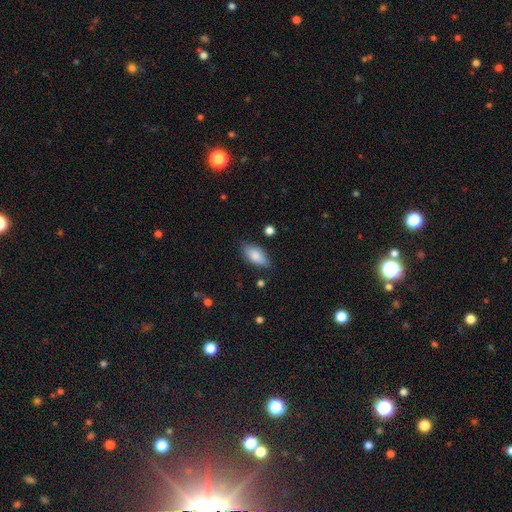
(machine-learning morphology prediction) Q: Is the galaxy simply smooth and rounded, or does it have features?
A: smooth — 84%.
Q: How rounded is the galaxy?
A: in between — 89%.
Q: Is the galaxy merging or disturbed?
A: none — 79%.